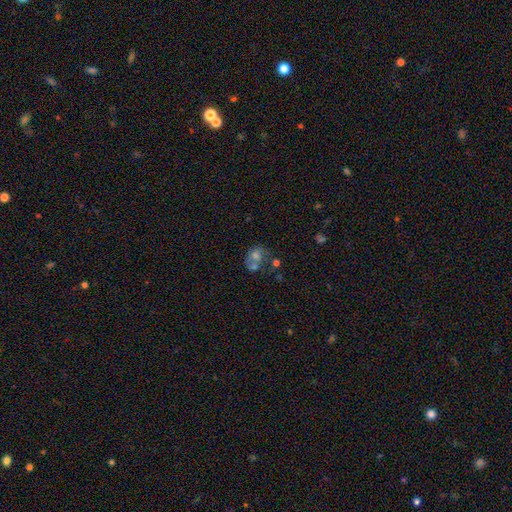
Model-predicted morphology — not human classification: Smooth or featured?
  - smooth: 56% *
  - featured or disk: 30%
  - star or artifact: 13%
How rounded?
  - in between: 56% *
  - round: 43%
  - cigar-shaped: 1%
Merging?
  - merger: 50% *
  - none: 23%
  - major disturbance: 14%
  - minor disturbance: 13%